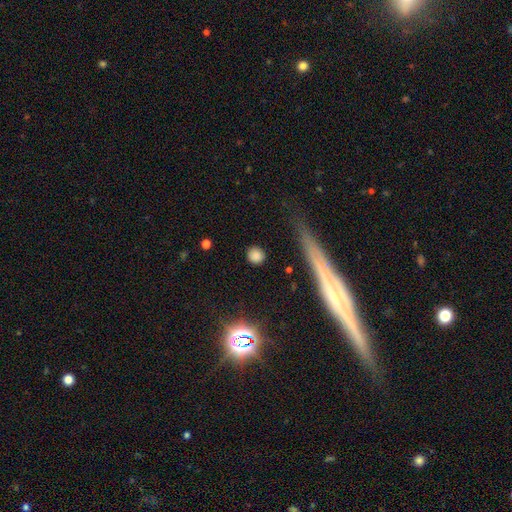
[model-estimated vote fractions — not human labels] smooth 82%, star or artifact 11%, featured or disk 6%. Down the decision tree: how rounded — round (91%); merging — none (87%).